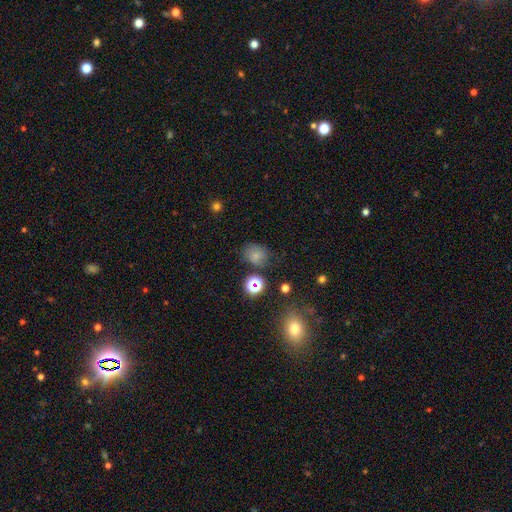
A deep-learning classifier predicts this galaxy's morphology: Q: Smooth or featured?
A: smooth (68%); runner-up: star or artifact (21%)
Q: How rounded?
A: round (62%); runner-up: in between (37%)
Q: Merging?
A: none (67%); runner-up: minor disturbance (20%)